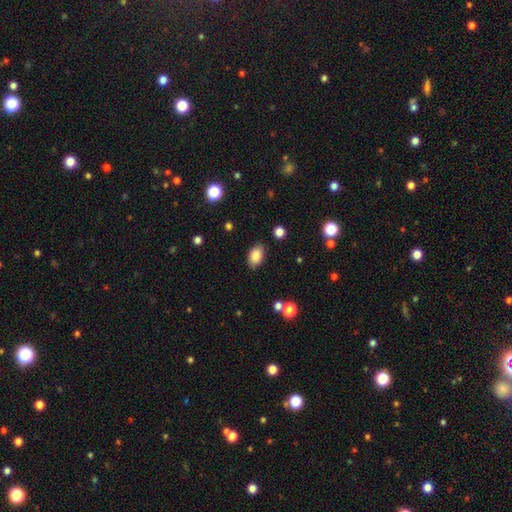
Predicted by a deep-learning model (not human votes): smooth-or-featured: smooth: 85% | star or artifact: 8% | featured or disk: 7%
  how-rounded: in between: 89% | round: 10% | cigar-shaped: 1%
  merging: none: 84% | minor disturbance: 12% | major disturbance: 3% | merger: 2%